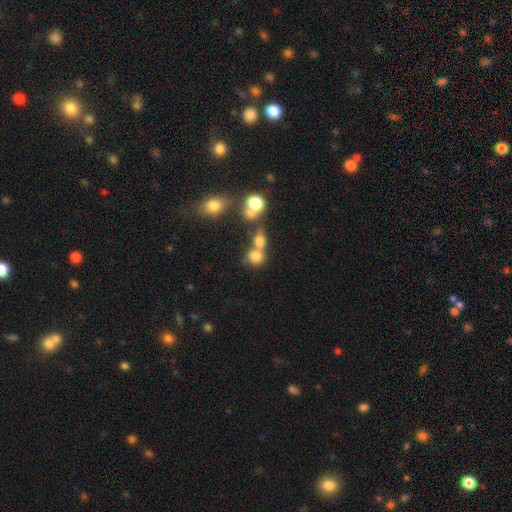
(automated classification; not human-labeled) Smooth or featured? smooth (73%)
How rounded? round (76%)
Merging? merger (48%)